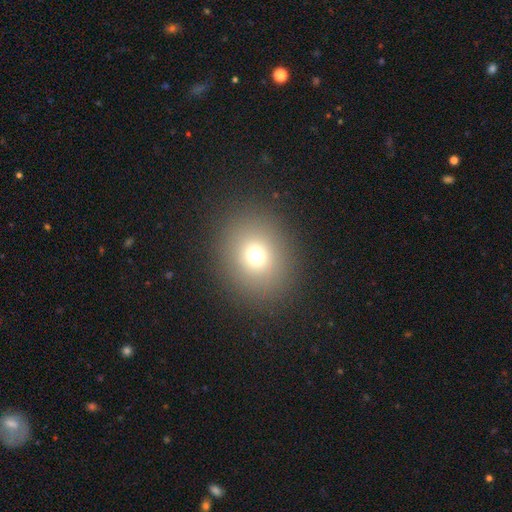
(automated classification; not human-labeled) smooth-or-featured: smooth: 71% | star or artifact: 17% | featured or disk: 11%
  how-rounded: round: 70% | in between: 29% | cigar-shaped: 1%
  merging: none: 88% | minor disturbance: 7% | major disturbance: 4% | merger: 1%